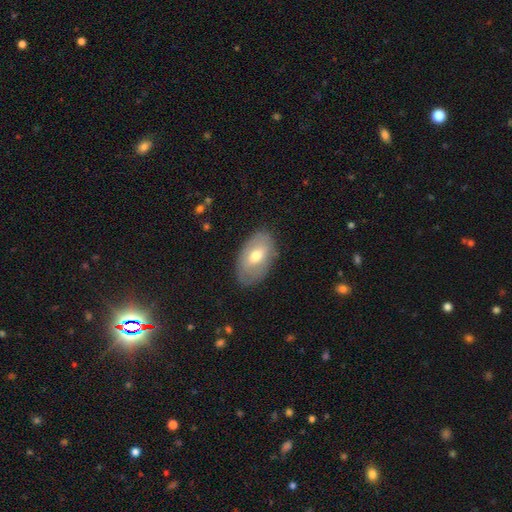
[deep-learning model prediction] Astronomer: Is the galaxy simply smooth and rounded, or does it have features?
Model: smooth — 58% (runner-up: featured or disk, 36%).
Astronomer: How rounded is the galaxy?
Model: in between — 91%.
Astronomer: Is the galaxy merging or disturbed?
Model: none — 79%.